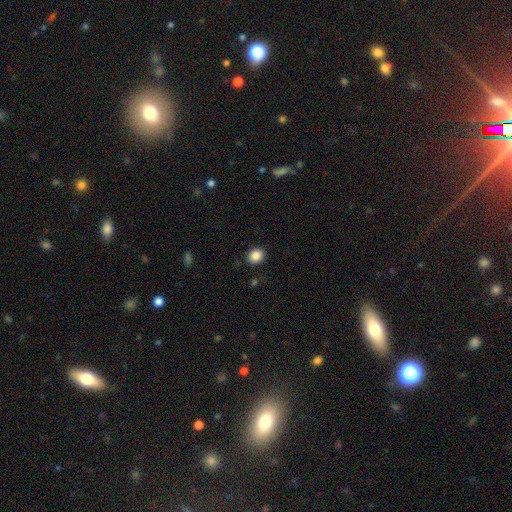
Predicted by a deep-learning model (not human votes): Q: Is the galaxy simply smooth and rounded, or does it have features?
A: smooth — 87%.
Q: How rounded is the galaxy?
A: round — 69%.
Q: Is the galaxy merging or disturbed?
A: none — 89%.